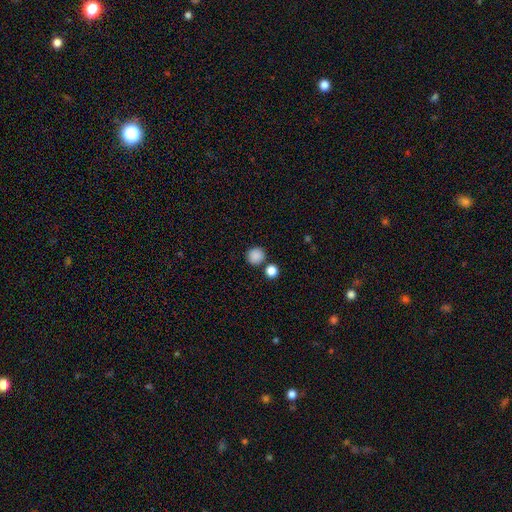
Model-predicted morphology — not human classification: A smooth galaxy with no disk features (87%) that is round (91%).

Vote fractions:
- Smooth or featured? smooth: 87% / star or artifact: 10% / featured or disk: 3%
- How rounded? round: 91% / in between: 8% / cigar-shaped: 1%
- Merging? none: 78% / merger: 11% / minor disturbance: 8% / major disturbance: 3%